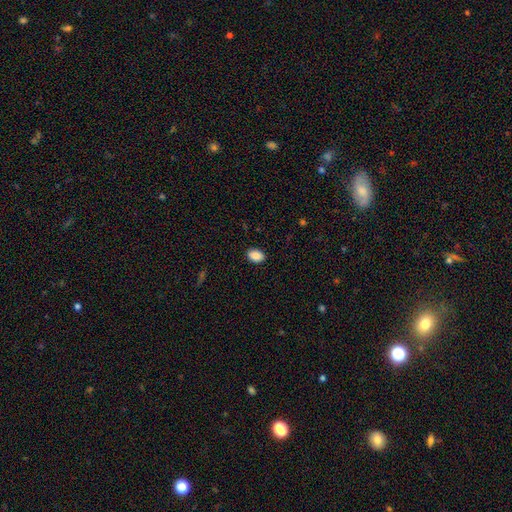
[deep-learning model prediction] This appears to be a smooth galaxy with no disk features (89%) that is in between round and cigar-shaped (82%). Merging: none (88%).